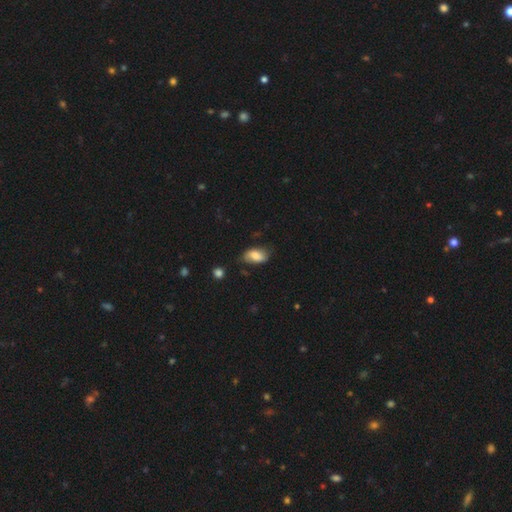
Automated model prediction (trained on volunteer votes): A smooth galaxy with no disk features (75%) that is in between round and cigar-shaped (91%).

Vote fractions:
- Smooth or featured? smooth: 75% / featured or disk: 18% / star or artifact: 7%
- How rounded? in between: 91% / round: 7% / cigar-shaped: 3%
- Merging? none: 62% / minor disturbance: 28% / major disturbance: 7% / merger: 2%